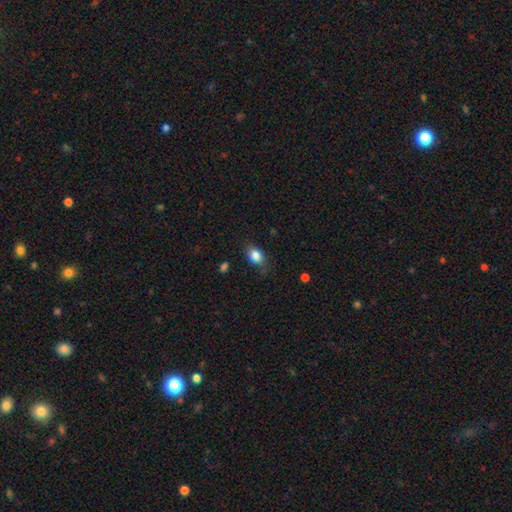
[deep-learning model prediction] Morphology: type=smooth (84%); roundness=in between (77%); merging=none (75%).